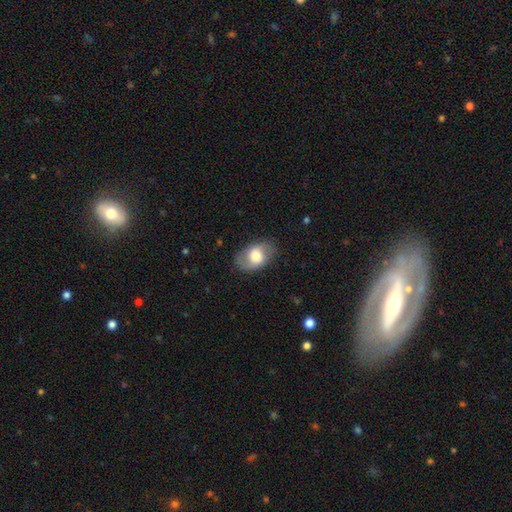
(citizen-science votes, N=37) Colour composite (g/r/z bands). It shows a smooth galaxy with no disk features (59%) that is in between round and cigar-shaped (95%). Merging: none (72%).